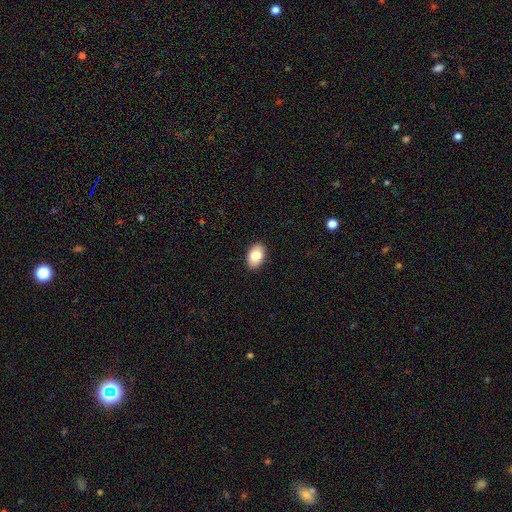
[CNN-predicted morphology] type=smooth (82%); roundness=in between (89%); merging=none (90%).